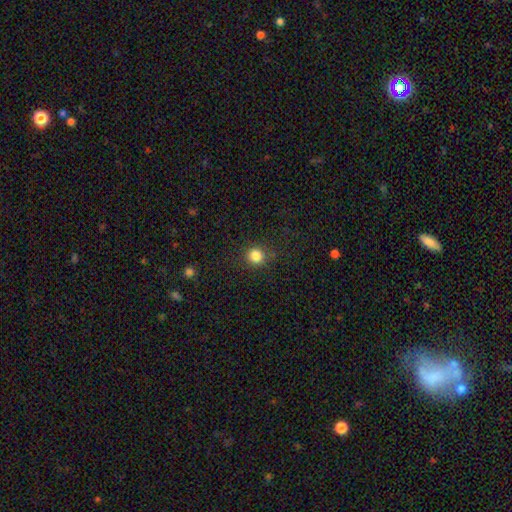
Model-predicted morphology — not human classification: Smooth or featured?
  - smooth: 84% *
  - star or artifact: 12%
  - featured or disk: 4%
How rounded?
  - round: 89% *
  - in between: 10%
  - cigar-shaped: 1%
Merging?
  - none: 87% *
  - minor disturbance: 9%
  - major disturbance: 3%
  - merger: 1%